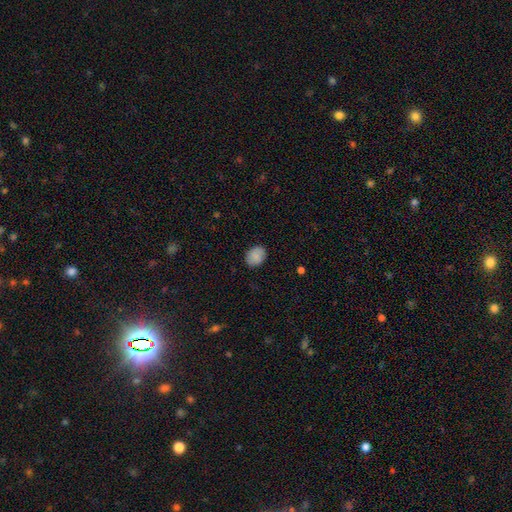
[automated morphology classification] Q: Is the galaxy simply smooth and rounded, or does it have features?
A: smooth — 86%.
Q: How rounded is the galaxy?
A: in between — 52%.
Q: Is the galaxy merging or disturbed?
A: none — 86%.